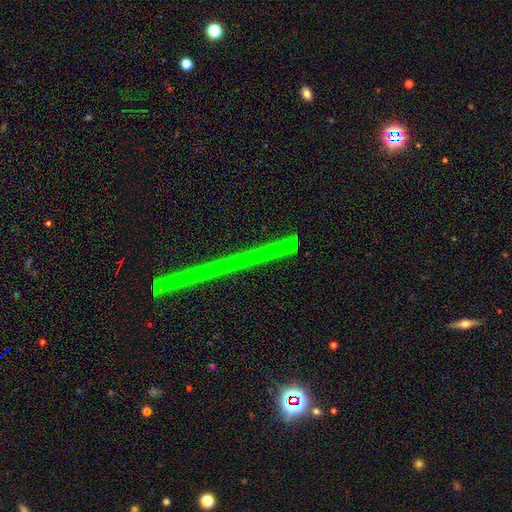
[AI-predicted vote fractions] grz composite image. It shows a star or artifact, not a galaxy (79%).